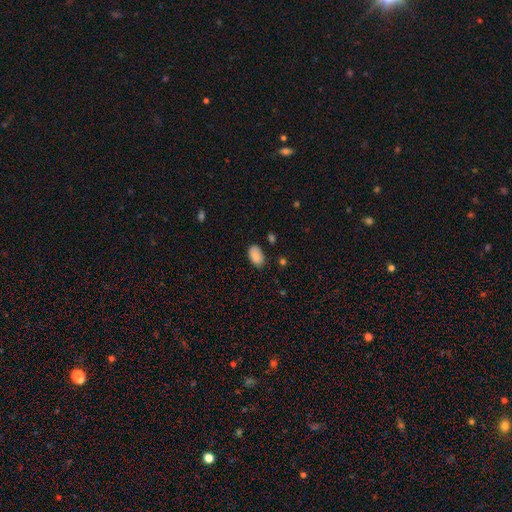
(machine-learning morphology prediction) smooth-or-featured: smooth: 87% | star or artifact: 7% | featured or disk: 6%
  how-rounded: in between: 93% | round: 6% | cigar-shaped: 1%
  merging: none: 80% | minor disturbance: 15% | major disturbance: 3% | merger: 2%